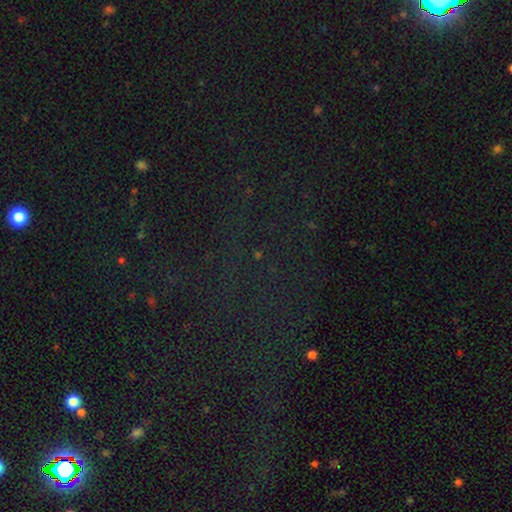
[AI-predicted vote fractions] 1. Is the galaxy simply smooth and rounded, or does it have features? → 77% star or artifact, 13% smooth, 9% featured or disk.